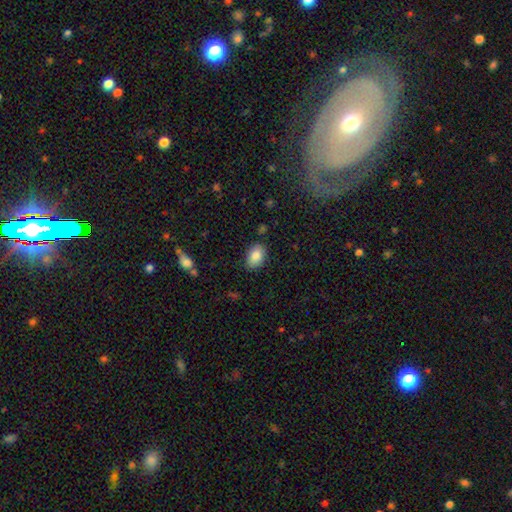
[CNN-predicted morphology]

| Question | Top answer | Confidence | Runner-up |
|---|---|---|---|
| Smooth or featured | smooth | 86% | star or artifact (8%) |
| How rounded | in between | 84% | round (15%) |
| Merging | none | 85% | minor disturbance (11%) |